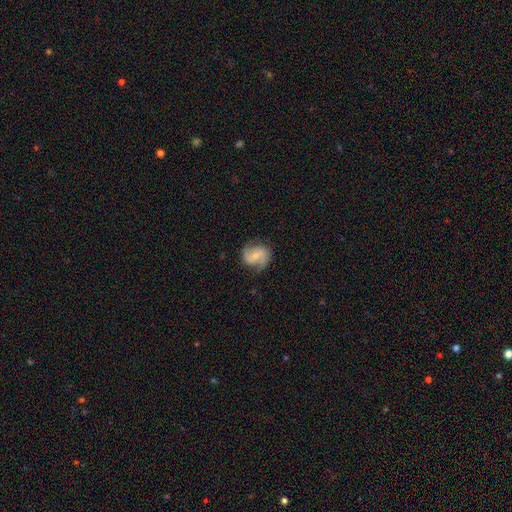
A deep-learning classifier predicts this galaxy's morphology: The model was most divided on "bar": no: 47%, weak: 40%, strong: 13%. Remaining: edge-on disk — no (98%); spiral arms — yes (94%); spiral arm count — 2 (88%); merging — none (74%); smooth or featured — featured or disk (74%); bulge size — small (56%); spiral winding — medium (48%).